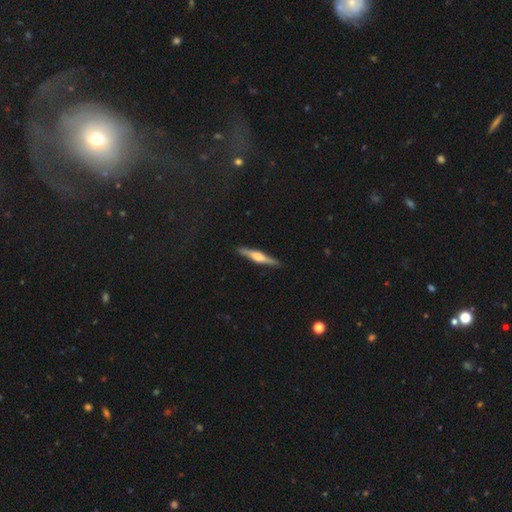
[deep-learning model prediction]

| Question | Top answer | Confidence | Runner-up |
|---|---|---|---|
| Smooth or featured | featured or disk | 66% | smooth (28%) |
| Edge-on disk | yes | 97% | no (3%) |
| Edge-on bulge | rounded | 80% | boxy (14%) |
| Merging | none | 90% | minor disturbance (7%) |